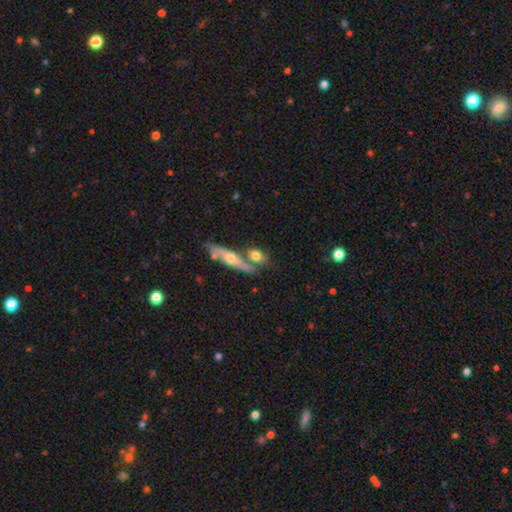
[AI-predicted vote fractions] smooth 62%, featured or disk 30%, star or artifact 7%. Down the decision tree: how rounded — in between (53%); merging — none (49%).